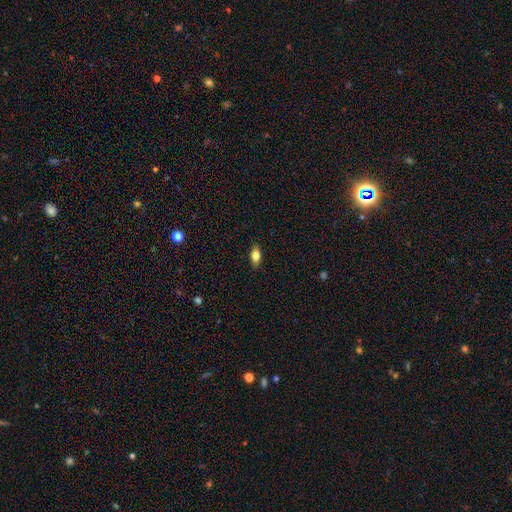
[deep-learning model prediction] smooth_or_featured: smooth (p=0.76) [alt: featured or disk p=0.16]
how_rounded: in between (p=0.84) [alt: cigar-shaped p=0.10]
merging: none (p=0.86) [alt: minor disturbance p=0.10]